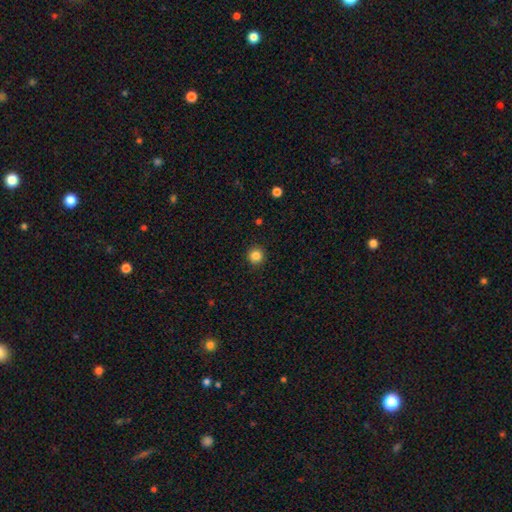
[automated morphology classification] smooth 85%, star or artifact 11%, featured or disk 4%. Down the decision tree: how rounded — round (95%); merging — none (93%).